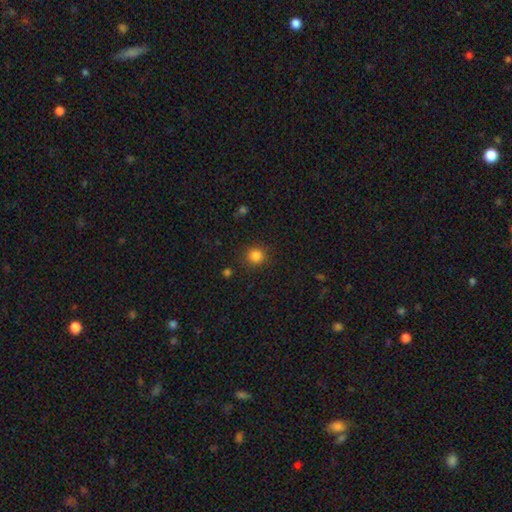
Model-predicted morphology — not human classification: Smooth or featured? smooth (84%)
How rounded? round (92%)
Merging? none (88%)